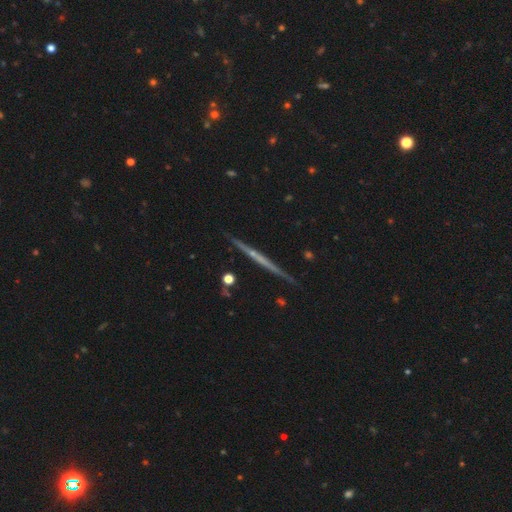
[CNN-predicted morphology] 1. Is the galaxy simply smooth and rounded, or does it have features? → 68% featured or disk, 25% smooth, 7% star or artifact.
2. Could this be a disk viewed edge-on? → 98% yes, 2% no.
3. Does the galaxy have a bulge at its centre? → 71% none, 23% rounded, 6% boxy.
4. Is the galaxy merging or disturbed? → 91% none, 6% minor disturbance, 1% merger, 1% major disturbance.